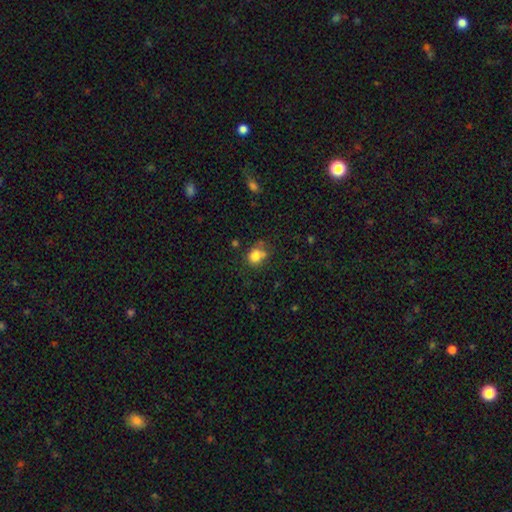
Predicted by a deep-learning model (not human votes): Smooth or featured?
  - smooth: 80% *
  - star or artifact: 12%
  - featured or disk: 9%
How rounded?
  - round: 68% *
  - in between: 31%
  - cigar-shaped: 1%
Merging?
  - none: 53% *
  - merger: 23%
  - minor disturbance: 18%
  - major disturbance: 7%